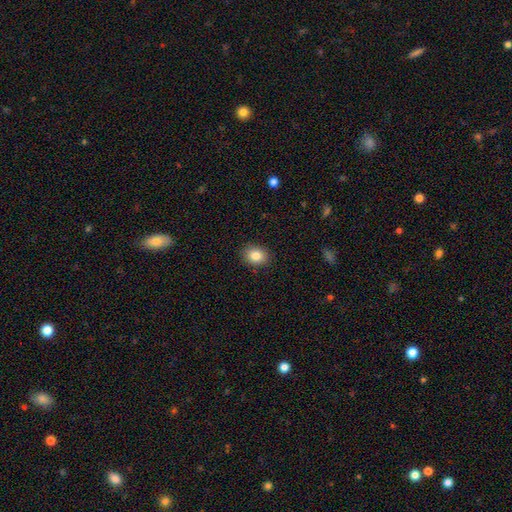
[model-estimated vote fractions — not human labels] This appears to be a smooth galaxy with no disk features (85%) that is round (50%). Merging: none (89%).